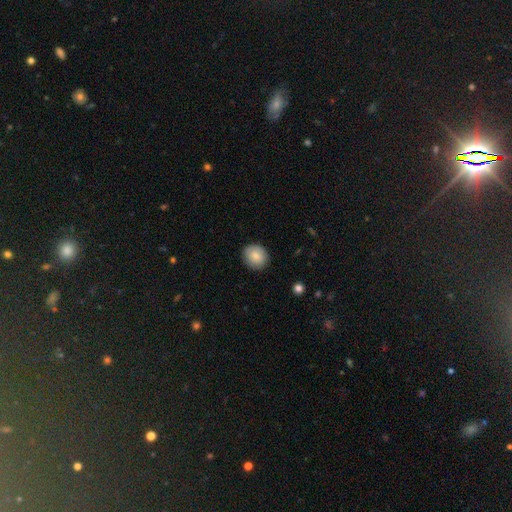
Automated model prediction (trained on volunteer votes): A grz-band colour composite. It shows a smooth galaxy with no disk features (83%) that is round (76%). Merging: none (87%).